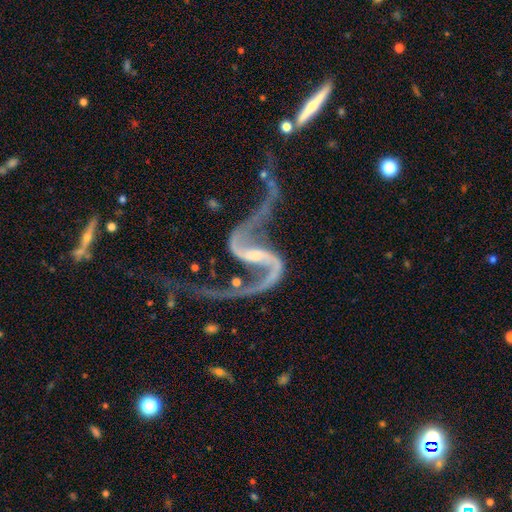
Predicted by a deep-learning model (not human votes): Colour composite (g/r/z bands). It shows a featured or disk galaxy (93%) with a weak bar (42%), 2 (94%) loose (86%) spiral arms (97%) and a small central bulge (46%). Merging: none (44%).